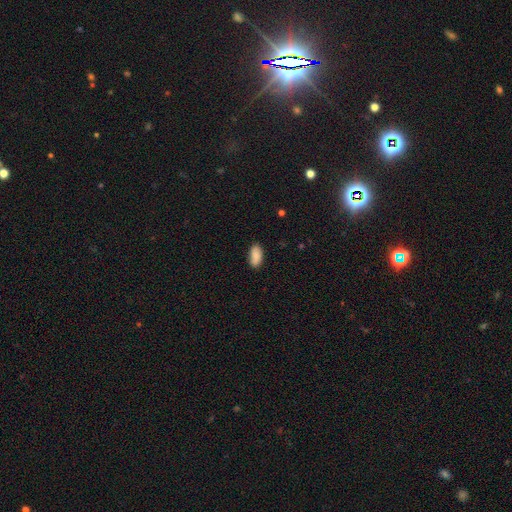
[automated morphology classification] This appears to be a smooth galaxy with no disk features (86%) that is in between round and cigar-shaped (93%). Merging: none (81%).